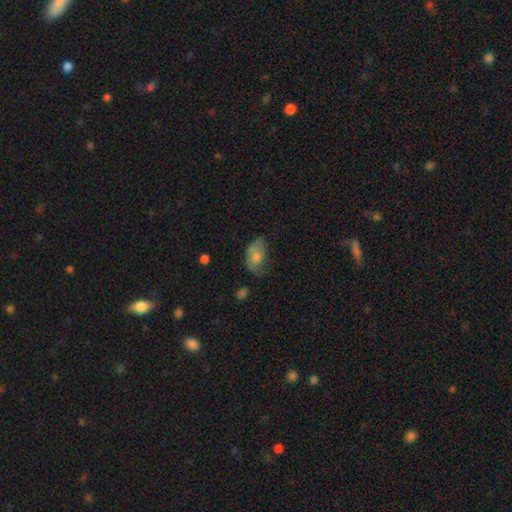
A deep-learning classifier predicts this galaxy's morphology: The model was most divided on "merging": none: 41%, minor disturbance: 36%, major disturbance: 21%, merger: 3%. More confident: how rounded — in between (88%); smooth or featured — smooth (68%).